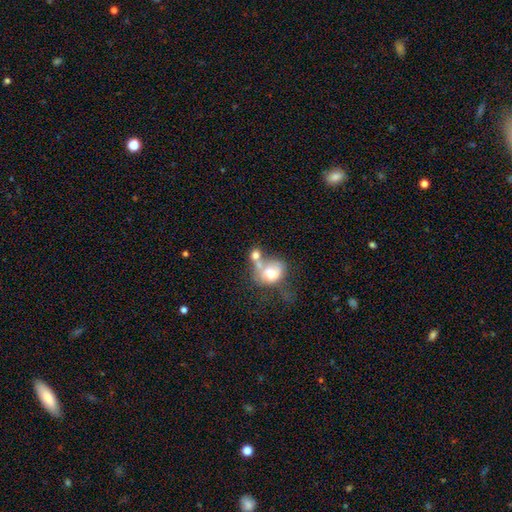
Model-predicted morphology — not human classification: smooth 66%, featured or disk 25%, star or artifact 10%. Down the decision tree: how rounded — in between (51%); merging — merger (56%).